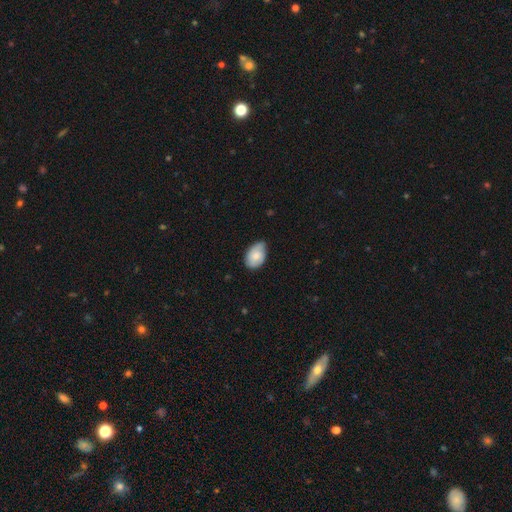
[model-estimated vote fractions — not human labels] Smooth or featured? Predicted: smooth (p=0.71). How rounded? Predicted: in between (p=0.85). Merging? Predicted: none (p=0.56).